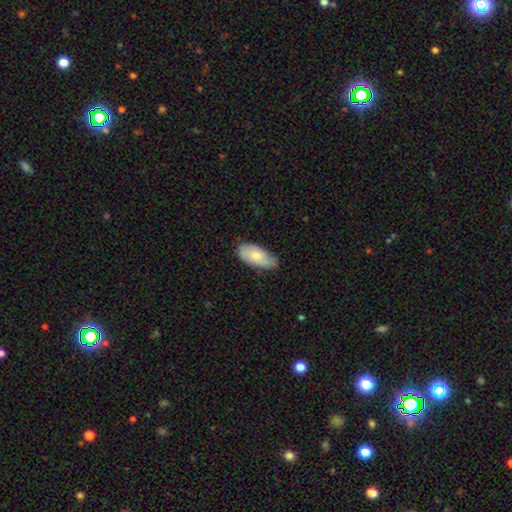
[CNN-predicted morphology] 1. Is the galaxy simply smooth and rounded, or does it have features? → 70% smooth, 24% featured or disk, 6% star or artifact.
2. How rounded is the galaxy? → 92% in between, 6% cigar-shaped, 2% round.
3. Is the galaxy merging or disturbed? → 64% none, 30% minor disturbance, 5% major disturbance, 1% merger.